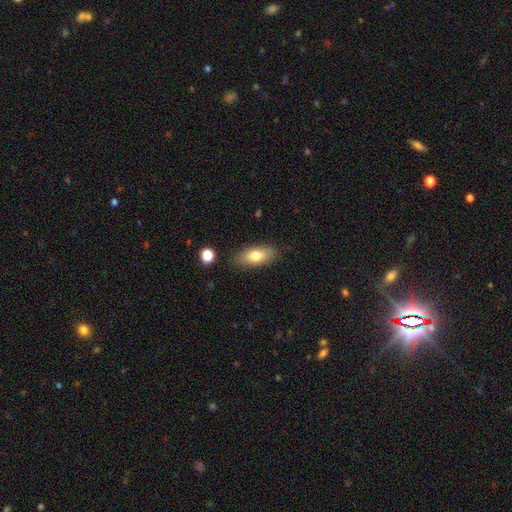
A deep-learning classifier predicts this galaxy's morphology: This is likely a smooth galaxy (75%). How rounded: likely in between (80%). Merging: clearly none (84%).